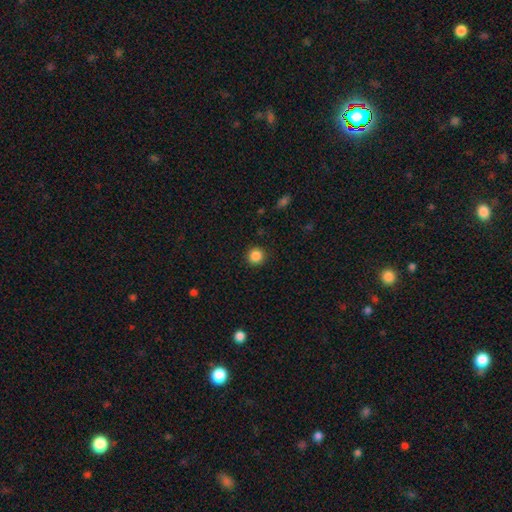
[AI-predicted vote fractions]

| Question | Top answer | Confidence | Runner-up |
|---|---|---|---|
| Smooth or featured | smooth | 86% | star or artifact (10%) |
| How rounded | round | 93% | in between (6%) |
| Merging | none | 91% | minor disturbance (6%) |